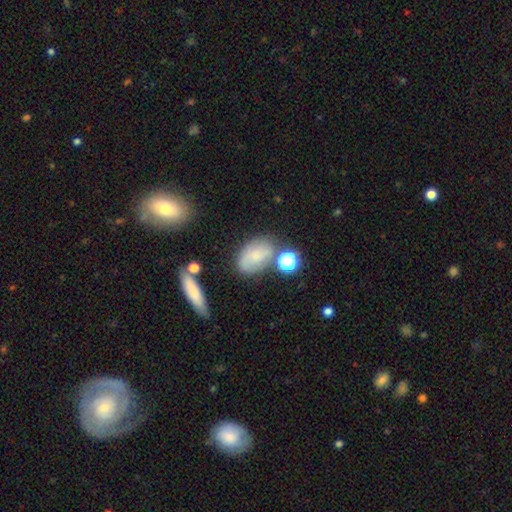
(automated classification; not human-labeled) A smooth galaxy with no disk features (68%) that is in between round and cigar-shaped (84%).

Vote fractions:
- Smooth or featured? smooth: 68% / featured or disk: 20% / star or artifact: 12%
- How rounded? in between: 84% / round: 14% / cigar-shaped: 3%
- Merging? none: 55% / minor disturbance: 22% / merger: 14% / major disturbance: 9%